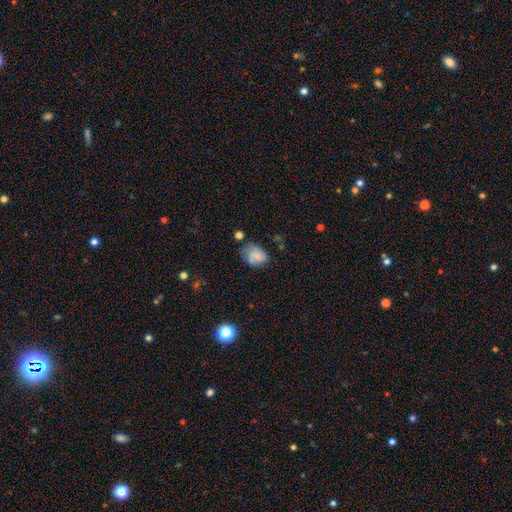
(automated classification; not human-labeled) Overall: smooth (66%). How rounded: in between (69%; round 30%). Merging: none (48%; minor disturbance 30%).